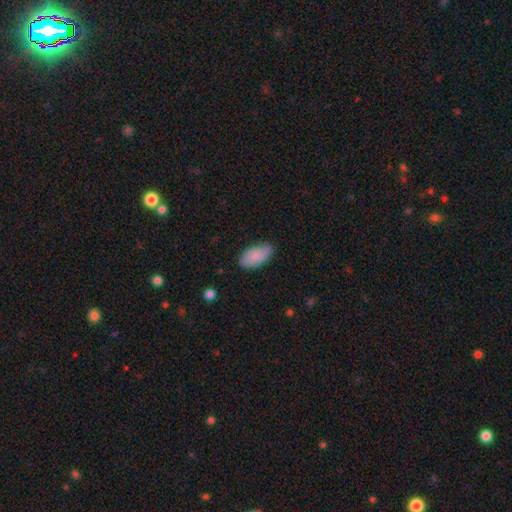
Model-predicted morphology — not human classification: This appears to be a smooth galaxy with no disk features (84%) that is in between round and cigar-shaped (94%). Merging: none (76%).